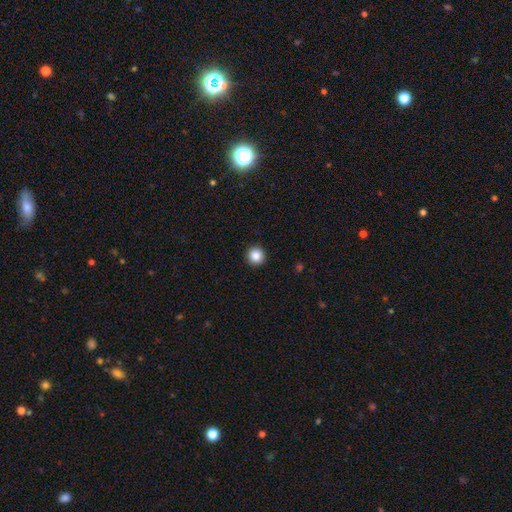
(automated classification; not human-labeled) smooth-or-featured: smooth: 86% | star or artifact: 10% | featured or disk: 5%
  how-rounded: round: 96% | in between: 3% | cigar-shaped: 1%
  merging: none: 94% | minor disturbance: 4% | major disturbance: 1% | merger: 1%